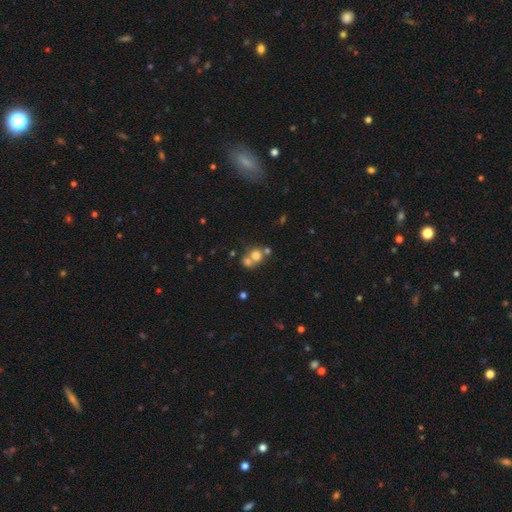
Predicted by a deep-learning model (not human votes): smooth 70%, featured or disk 16%, star or artifact 14%. Down the decision tree: how rounded — round (77%); merging — merger (54%).